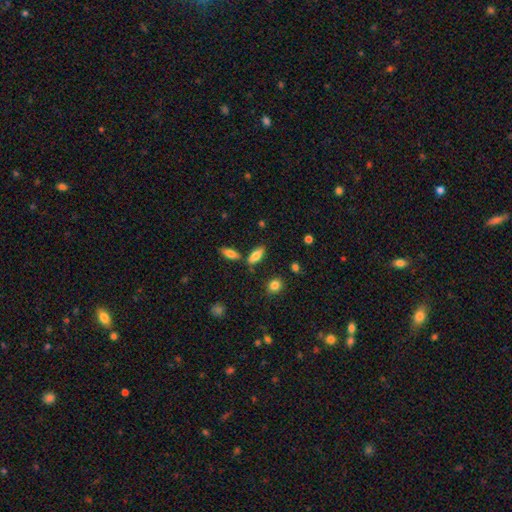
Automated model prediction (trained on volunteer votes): smooth 73%, featured or disk 20%, star or artifact 8%. Down the decision tree: how rounded — in between (68%); merging — none (74%).